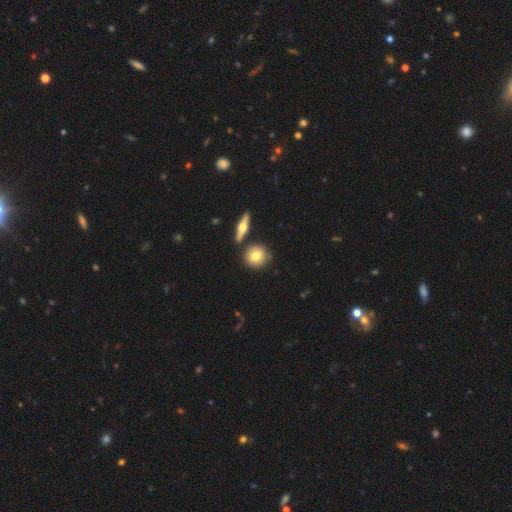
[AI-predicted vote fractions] Q: Smooth or featured?
A: smooth (72%); runner-up: featured or disk (21%)
Q: How rounded?
A: round (83%); runner-up: in between (14%)
Q: Merging?
A: none (78%); runner-up: merger (10%)